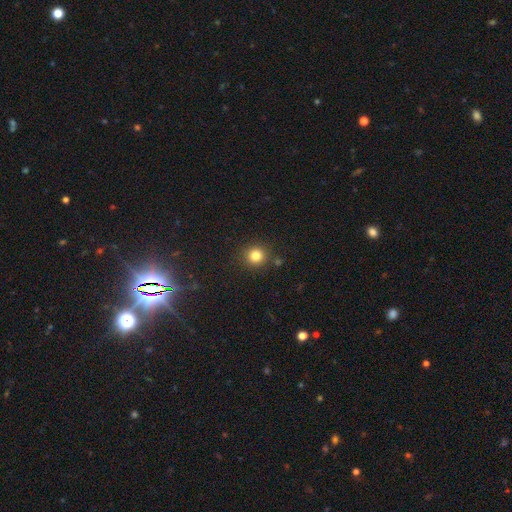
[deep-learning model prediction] Smooth or featured: smooth — 82% (star or artifact — 13%)
How rounded: round — 92% (in between — 7%)
Merging: none — 87% (minor disturbance — 7%)